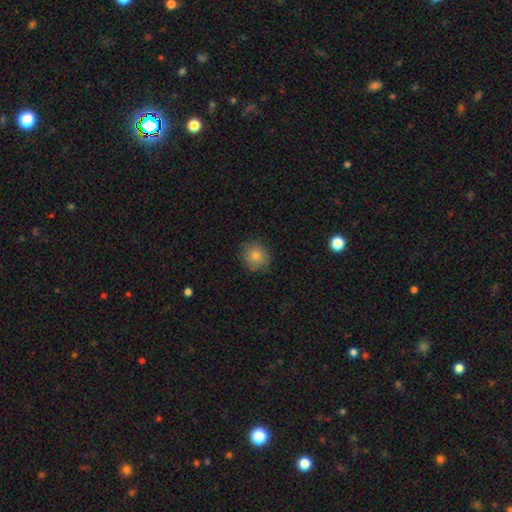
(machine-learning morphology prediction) smooth-or-featured: smooth: 79% | star or artifact: 12% | featured or disk: 9%
  how-rounded: round: 88% | in between: 11% | cigar-shaped: 1%
  merging: none: 87% | minor disturbance: 9% | major disturbance: 2% | merger: 1%